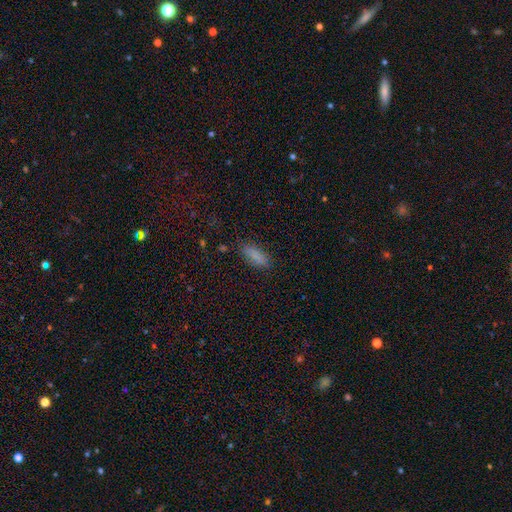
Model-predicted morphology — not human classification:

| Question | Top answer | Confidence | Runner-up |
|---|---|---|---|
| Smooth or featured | smooth | 83% | star or artifact (10%) |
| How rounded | in between | 64% | cigar-shaped (34%) |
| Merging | none | 82% | minor disturbance (13%) |